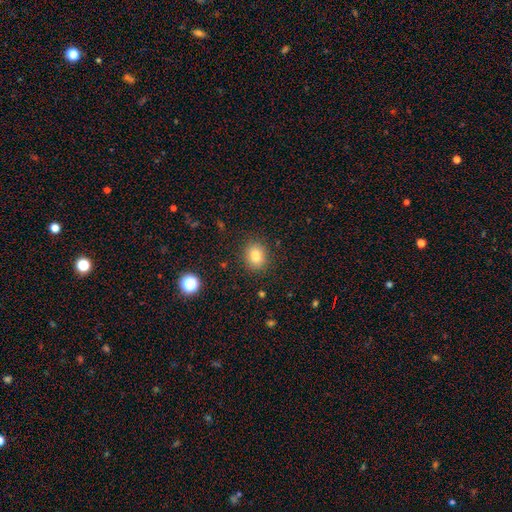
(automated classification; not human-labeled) A smooth galaxy with no disk features (83%) that is round (58%).

Vote fractions:
- Smooth or featured? smooth: 83% / star or artifact: 11% / featured or disk: 6%
- How rounded? round: 58% / in between: 41% / cigar-shaped: 1%
- Merging? none: 87% / minor disturbance: 9% / major disturbance: 3% / merger: 1%